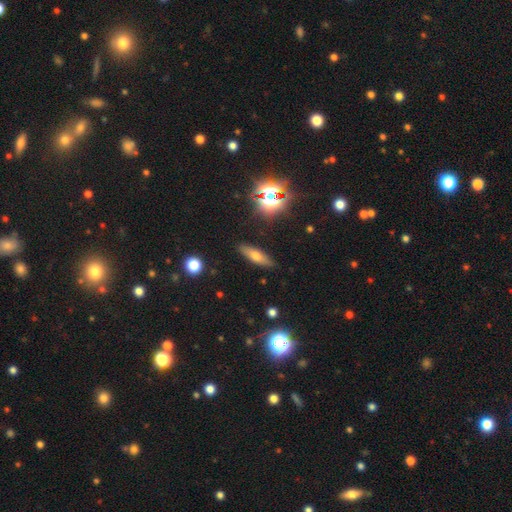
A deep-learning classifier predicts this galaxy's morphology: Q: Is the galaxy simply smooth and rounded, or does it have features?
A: smooth — 60%.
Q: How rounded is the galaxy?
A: cigar-shaped — 55%.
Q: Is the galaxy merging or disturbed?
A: none — 87%.